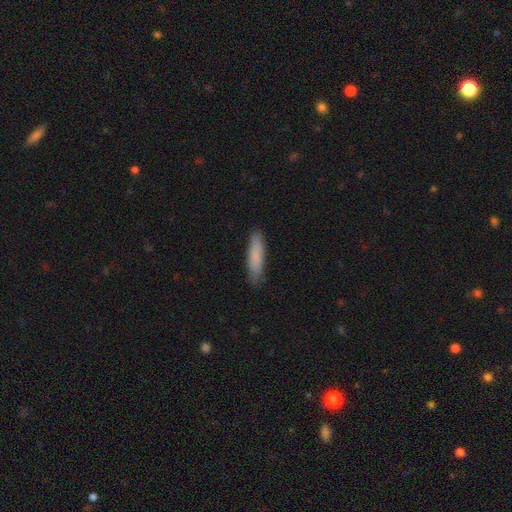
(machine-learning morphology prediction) Smooth or featured? smooth (83%)
How rounded? cigar-shaped (77%)
Merging? none (86%)